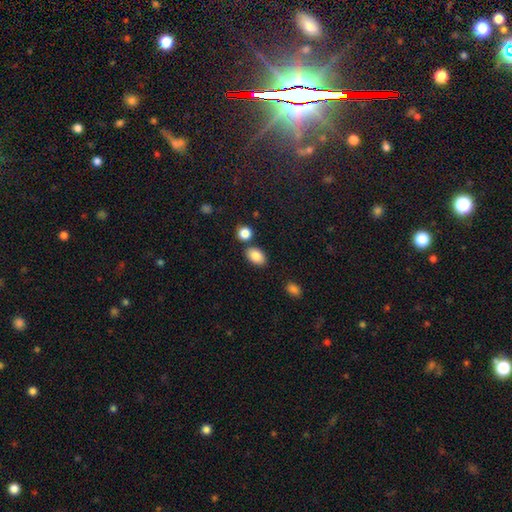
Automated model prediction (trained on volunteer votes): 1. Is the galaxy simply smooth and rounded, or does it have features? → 86% smooth, 8% star or artifact, 6% featured or disk.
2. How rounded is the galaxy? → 88% in between, 11% round, 1% cigar-shaped.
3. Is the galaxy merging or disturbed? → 77% none, 12% minor disturbance, 9% merger, 3% major disturbance.